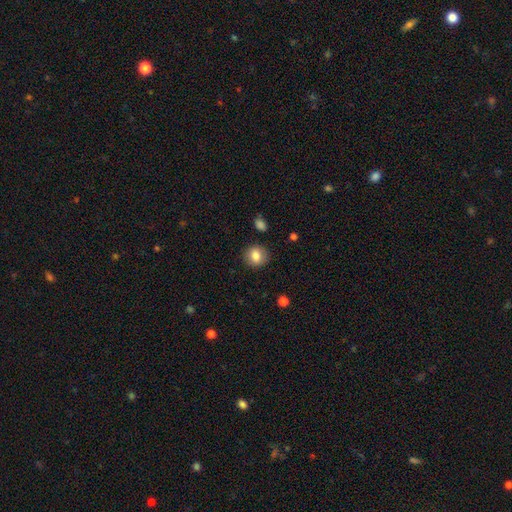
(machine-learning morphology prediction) The model was most divided on "how rounded": round: 78%, in between: 21%, cigar-shaped: 1%. More confident: merging — none (87%); smooth or featured — smooth (83%).